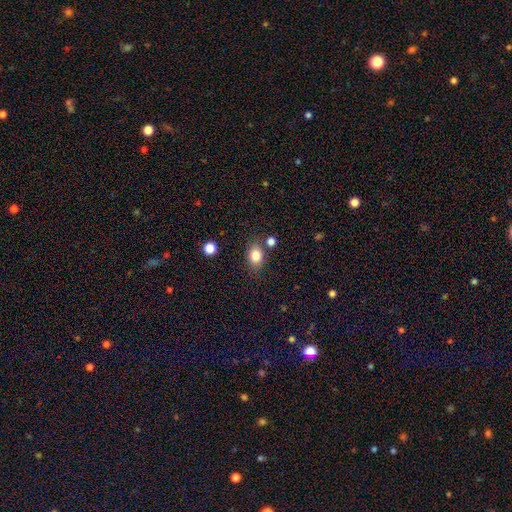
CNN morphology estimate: This is clearly a smooth galaxy (83%). How rounded: likely in between (65%). Merging: likely none (75%).